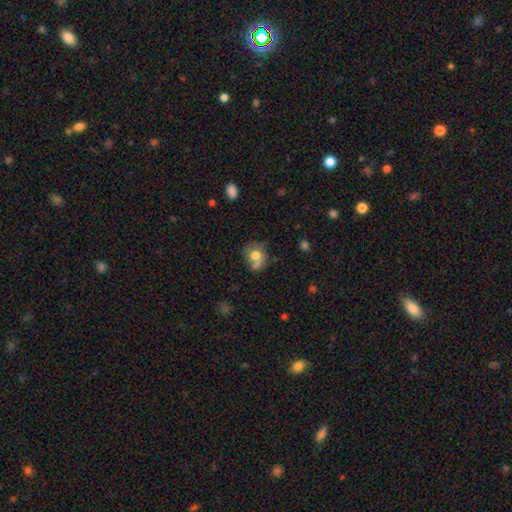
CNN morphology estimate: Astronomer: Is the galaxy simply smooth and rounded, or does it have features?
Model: smooth — 67%.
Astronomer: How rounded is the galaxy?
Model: round — 67%.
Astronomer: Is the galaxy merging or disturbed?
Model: none — 47% (runner-up: minor disturbance, 27%).